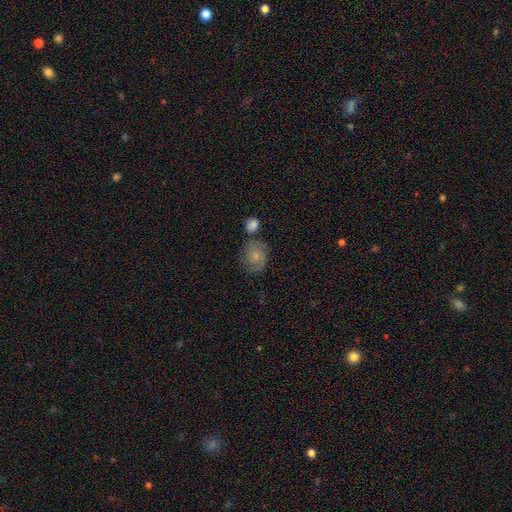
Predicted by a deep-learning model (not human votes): A smooth galaxy with no disk features (62%) that is round (66%). Merging: none (62%).